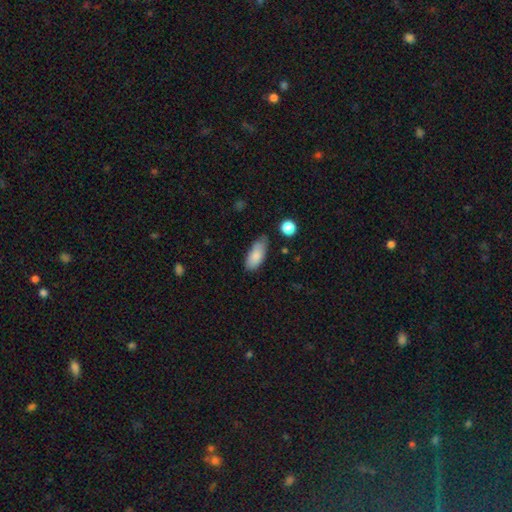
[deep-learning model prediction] A smooth galaxy with no disk features (85%) that is in between round and cigar-shaped (84%). Merging: none (61%).